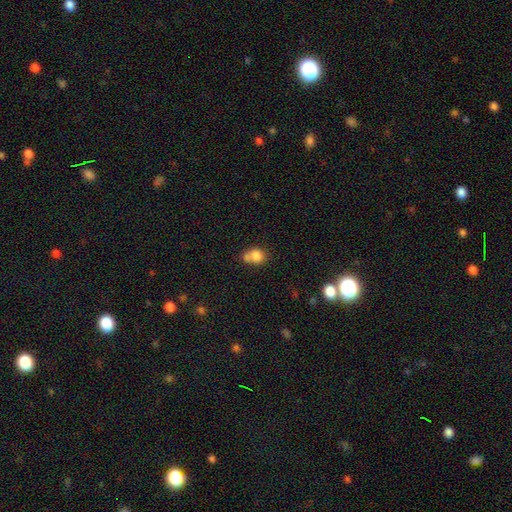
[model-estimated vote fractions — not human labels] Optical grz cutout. It shows a smooth galaxy with no disk features (79%) that is round (66%). Merging: merger (48%).